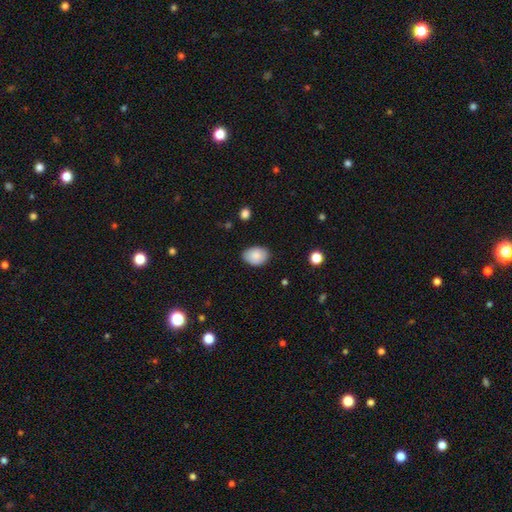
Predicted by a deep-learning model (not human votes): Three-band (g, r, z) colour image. It shows a smooth galaxy with no disk features (87%) that is in between round and cigar-shaped (78%). Merging: none (81%).